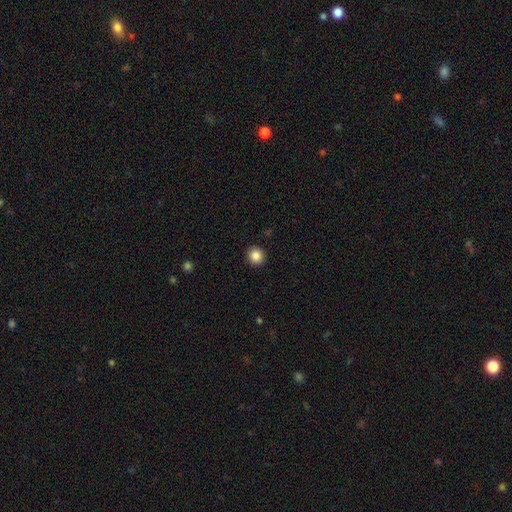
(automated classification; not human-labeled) Morphology: type=smooth (86%); roundness=round (92%); merging=none (93%).